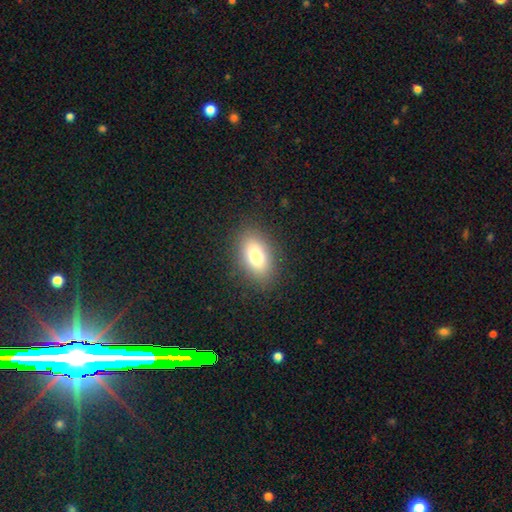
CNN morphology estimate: The model was most divided on "smooth or featured": smooth: 76%, featured or disk: 14%, star or artifact: 10%. More confident: merging — none (86%); how rounded — in between (86%).